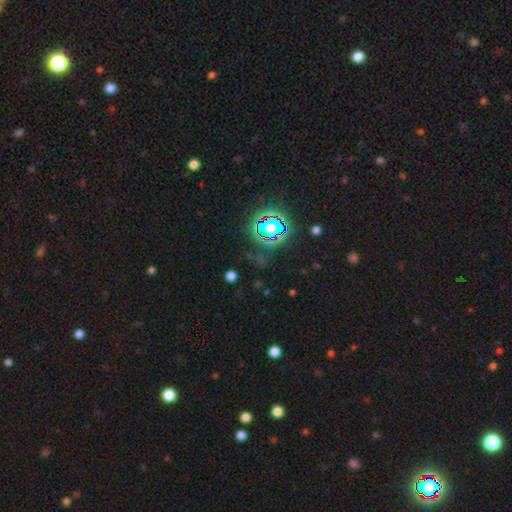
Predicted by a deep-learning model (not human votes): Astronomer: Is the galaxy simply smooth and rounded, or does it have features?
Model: star or artifact — 80%.